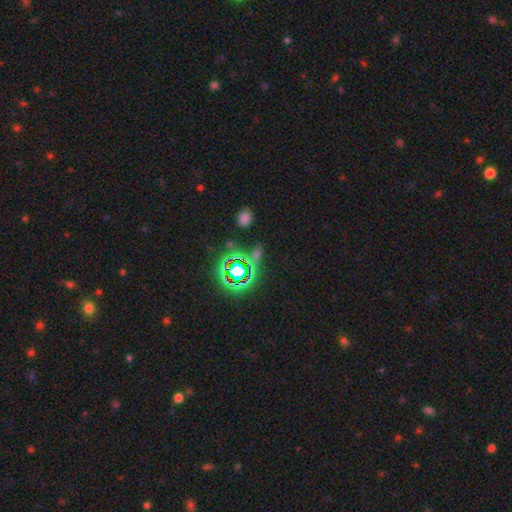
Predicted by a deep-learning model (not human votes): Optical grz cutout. It shows a star or artifact, not a galaxy (66%).